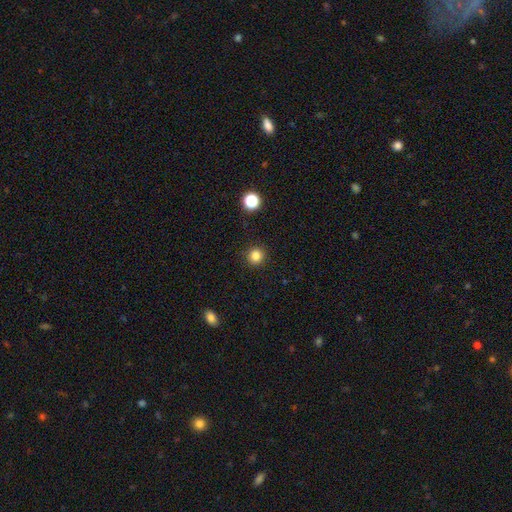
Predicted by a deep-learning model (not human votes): smooth_or_featured: smooth (p=0.83) [alt: star or artifact p=0.13]
how_rounded: round (p=0.92) [alt: in between p=0.07]
merging: none (p=0.92) [alt: minor disturbance p=0.05]